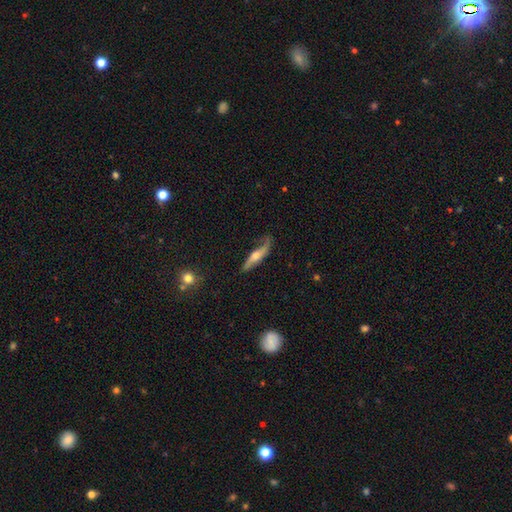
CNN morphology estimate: This is likely a featured or disk galaxy (69%). It is possibly viewed edge-on (60%). Merging: likely none (64%).